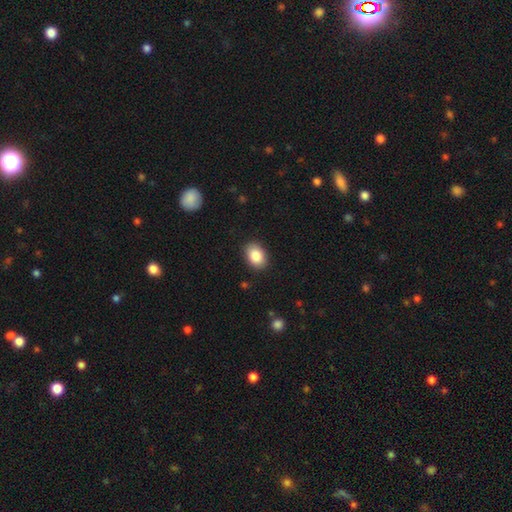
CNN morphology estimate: smooth 87%, star or artifact 8%, featured or disk 6%. Down the decision tree: how rounded — in between (77%); merging — none (88%).